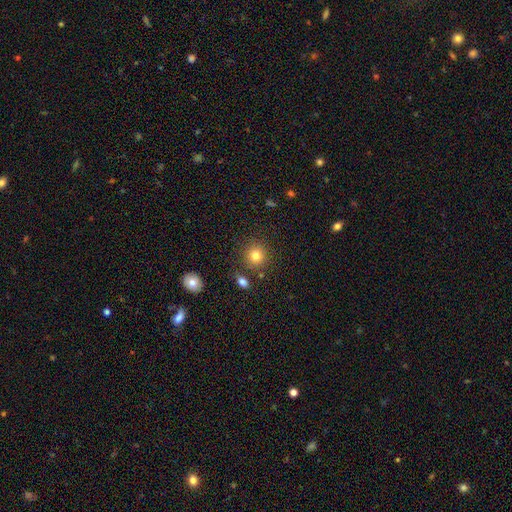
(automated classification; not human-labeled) This appears to be a smooth galaxy with no disk features (82%) that is round (91%). Merging: none (84%).